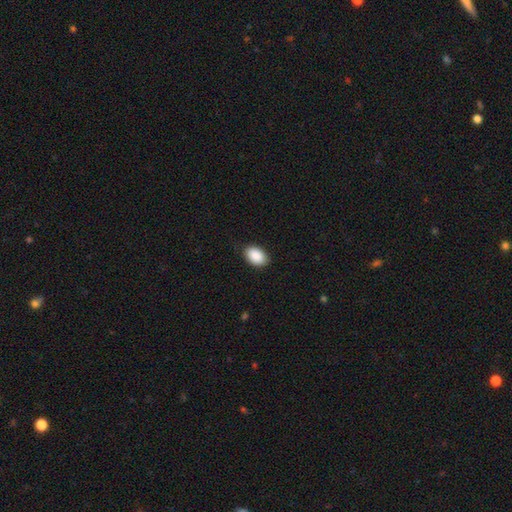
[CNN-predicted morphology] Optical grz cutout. It shows a smooth galaxy with no disk features (91%) that is in between round and cigar-shaped (89%). Merging: none (85%).